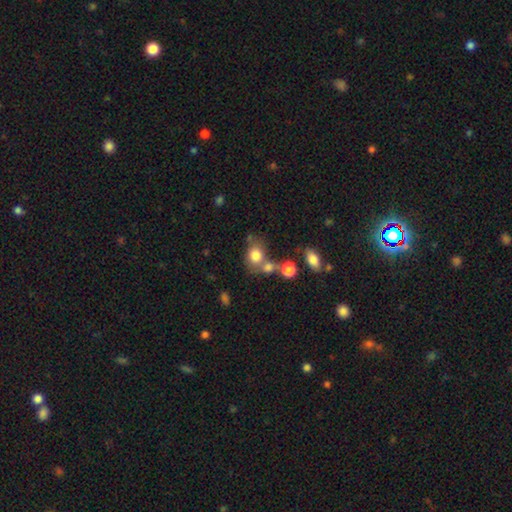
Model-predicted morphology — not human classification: smooth-or-featured: smooth: 78% | featured or disk: 12% | star or artifact: 11%
  how-rounded: round: 60% | in between: 39% | cigar-shaped: 1%
  merging: none: 44% | merger: 36% | minor disturbance: 13% | major disturbance: 8%